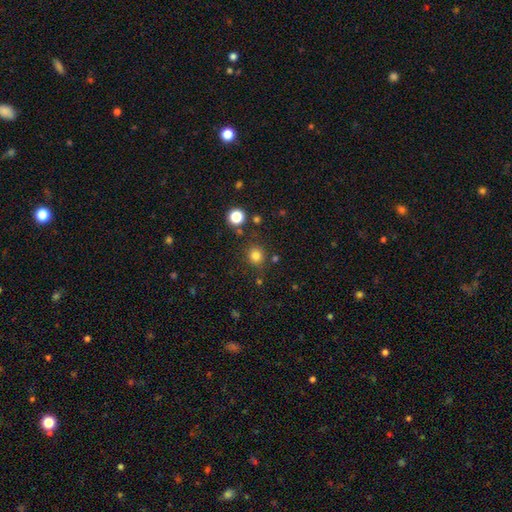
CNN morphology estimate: Overall: smooth (80%). How rounded: round (89%). Merging: none (82%).